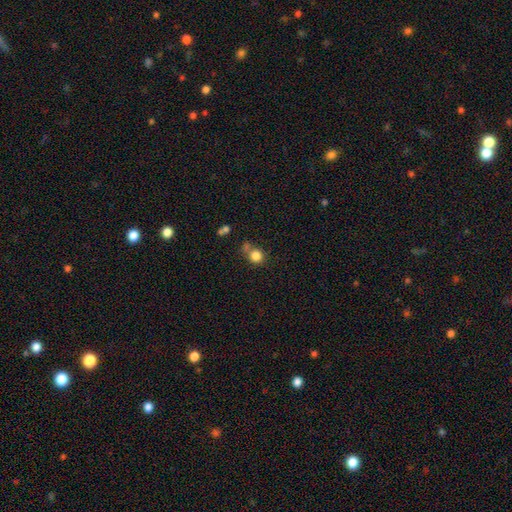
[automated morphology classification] Q: Smooth or featured?
A: smooth (82%); runner-up: star or artifact (11%)
Q: How rounded?
A: round (86%); runner-up: in between (13%)
Q: Merging?
A: none (56%); runner-up: merger (23%)